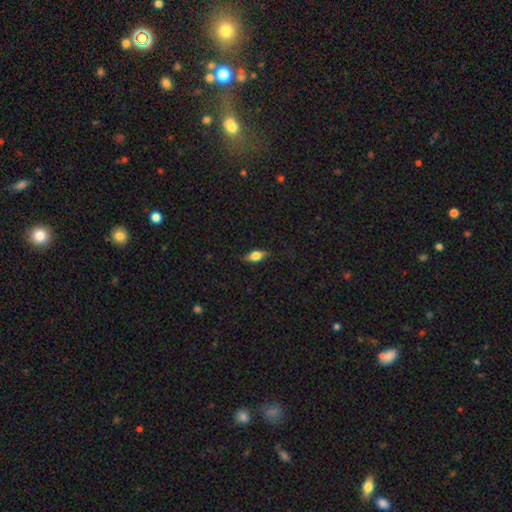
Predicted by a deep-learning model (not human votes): A smooth galaxy with no disk features (68%) that is in between round and cigar-shaped (79%). Merging: none (80%).